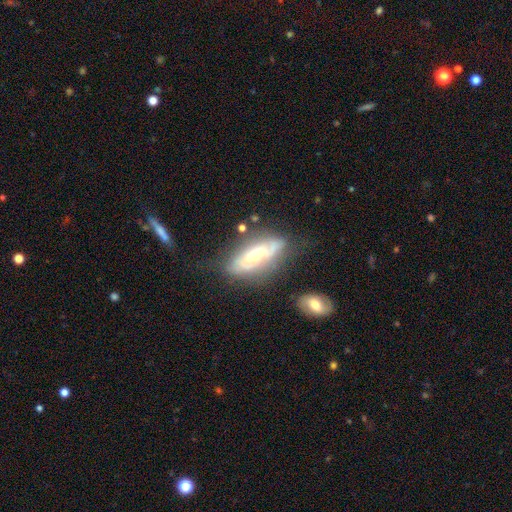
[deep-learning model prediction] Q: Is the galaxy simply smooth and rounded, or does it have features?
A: featured or disk — 58%.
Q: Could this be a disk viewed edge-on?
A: no — 68%.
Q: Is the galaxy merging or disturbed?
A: none — 55%.